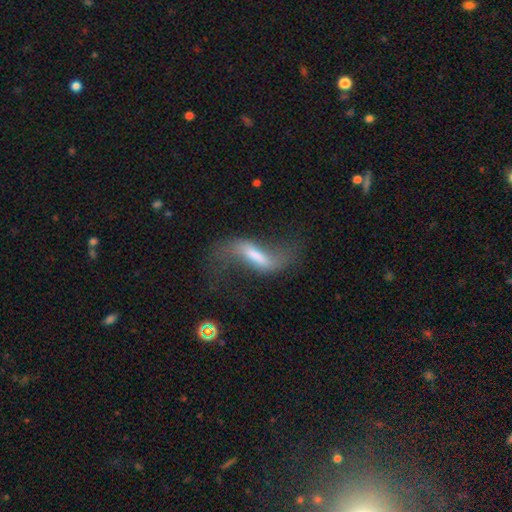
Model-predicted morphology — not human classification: Overall: featured or disk (71%). Edge-on disk: no (88%). Bar: strong (55%; weak 30%). Spiral arms: yes (85%). Spiral arm count: 2 (91%). Spiral winding: loose (94%). Bulge size: none (37%; moderate 26%). Merging: none (50%; major disturbance 26%).